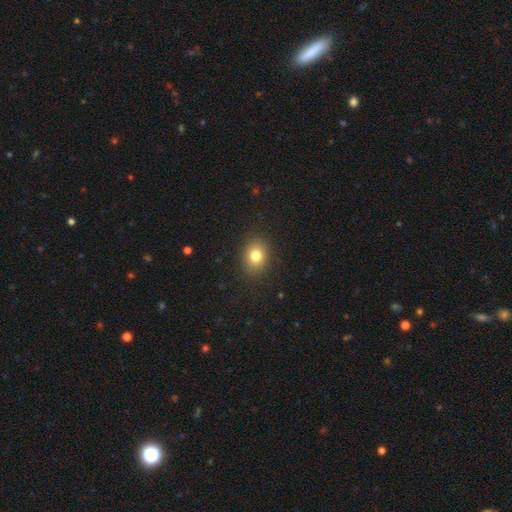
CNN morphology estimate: A smooth galaxy with no disk features (79%) that is round (50%).

Vote fractions:
- Smooth or featured? smooth: 79% / star or artifact: 12% / featured or disk: 9%
- How rounded? round: 50% / in between: 49% / cigar-shaped: 1%
- Merging? none: 87% / minor disturbance: 9% / major disturbance: 3% / merger: 1%